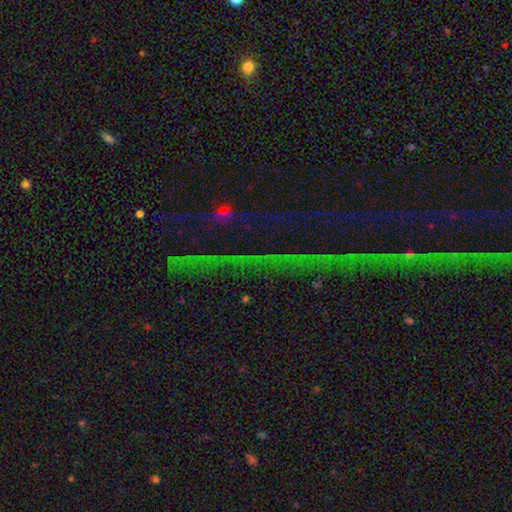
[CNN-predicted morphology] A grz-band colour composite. It shows a star or artifact, not a galaxy (75%).